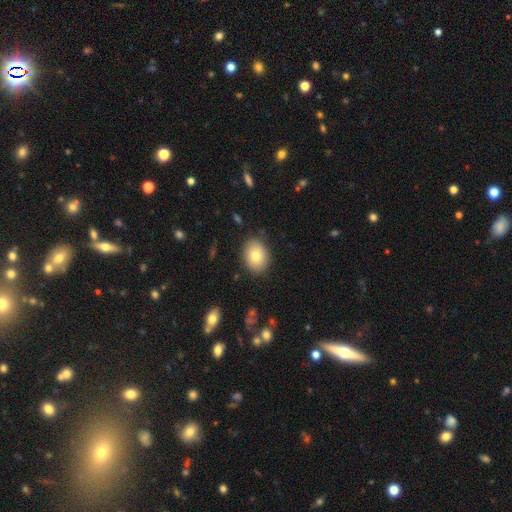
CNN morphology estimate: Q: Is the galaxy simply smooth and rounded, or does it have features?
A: smooth — 78%.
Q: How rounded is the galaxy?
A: in between — 65%.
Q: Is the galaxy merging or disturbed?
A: none — 86%.